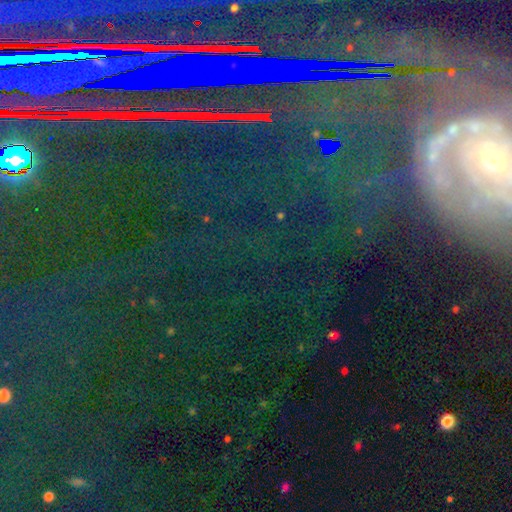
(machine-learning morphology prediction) star or artifact 77%, featured or disk 12%, smooth 12%.